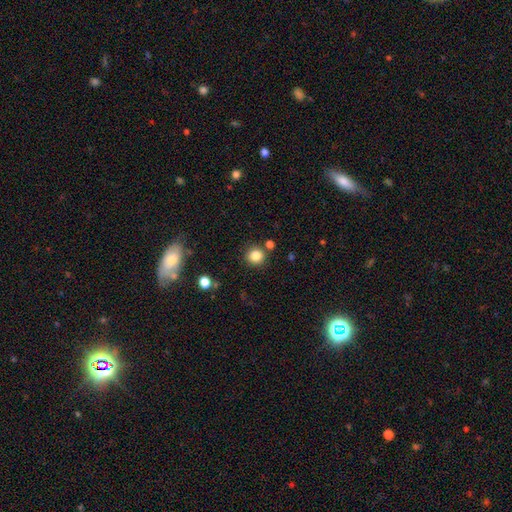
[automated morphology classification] Smooth or featured?
  - smooth: 83% *
  - star or artifact: 12%
  - featured or disk: 5%
How rounded?
  - round: 91% *
  - in between: 8%
  - cigar-shaped: 1%
Merging?
  - none: 83% *
  - minor disturbance: 8%
  - merger: 6%
  - major disturbance: 3%